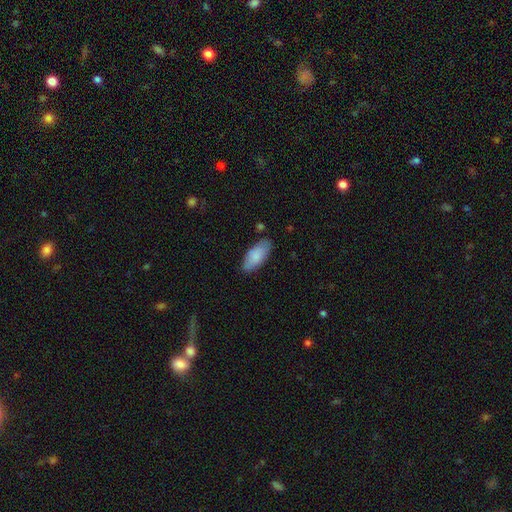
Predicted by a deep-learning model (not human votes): A smooth galaxy with no disk features (83%) that is in between round and cigar-shaped (87%).

Vote fractions:
- Smooth or featured? smooth: 83% / featured or disk: 11% / star or artifact: 6%
- How rounded? in between: 87% / cigar-shaped: 12% / round: 2%
- Merging? none: 80% / minor disturbance: 15% / major disturbance: 3% / merger: 2%